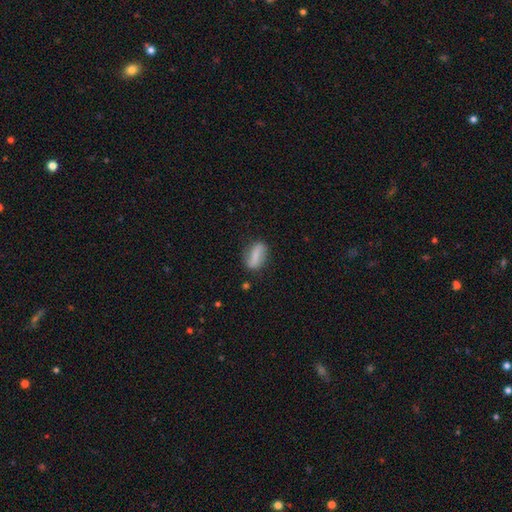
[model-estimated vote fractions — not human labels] A smooth galaxy with no disk features (57%) that is in between round and cigar-shaped (74%).

Vote fractions:
- Smooth or featured? smooth: 57% / featured or disk: 35% / star or artifact: 8%
- How rounded? in between: 74% / cigar-shaped: 18% / round: 8%
- Merging? none: 77% / minor disturbance: 16% / major disturbance: 5% / merger: 2%